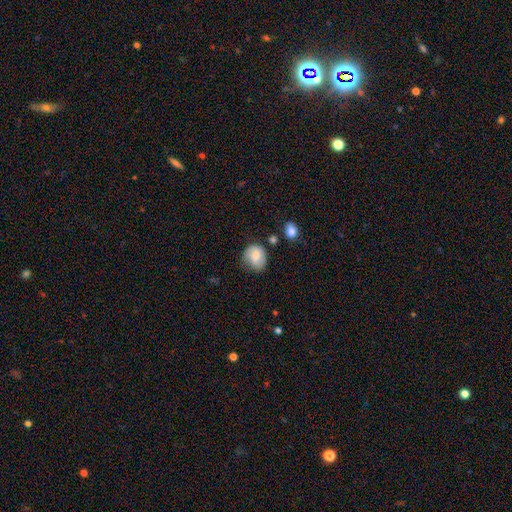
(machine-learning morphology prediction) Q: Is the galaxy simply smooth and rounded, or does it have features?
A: smooth — 76%.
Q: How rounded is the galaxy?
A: round — 65%.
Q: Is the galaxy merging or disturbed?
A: none — 57%.